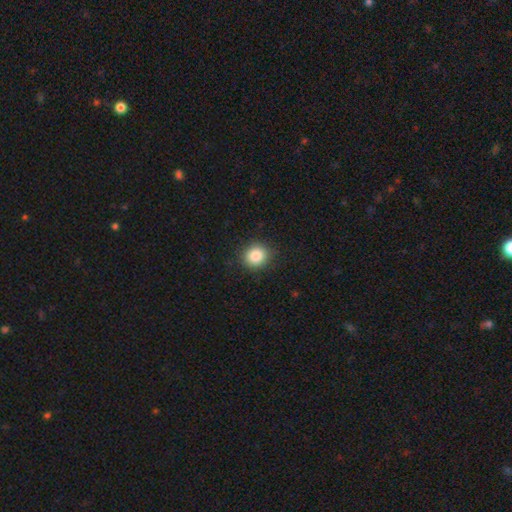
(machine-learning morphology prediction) Smooth or featured: smooth — 86% (star or artifact — 10%)
How rounded: round — 82% (in between — 17%)
Merging: none — 89% (minor disturbance — 8%)